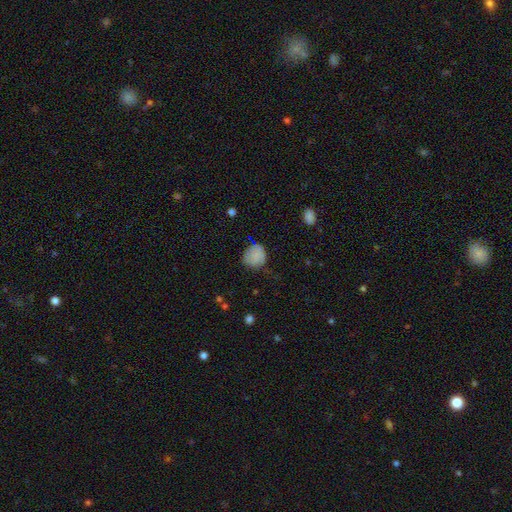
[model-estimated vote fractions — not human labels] Smooth or featured? Predicted: smooth (p=0.79). How rounded? Predicted: round (p=0.76). Merging? Predicted: none (p=0.65).